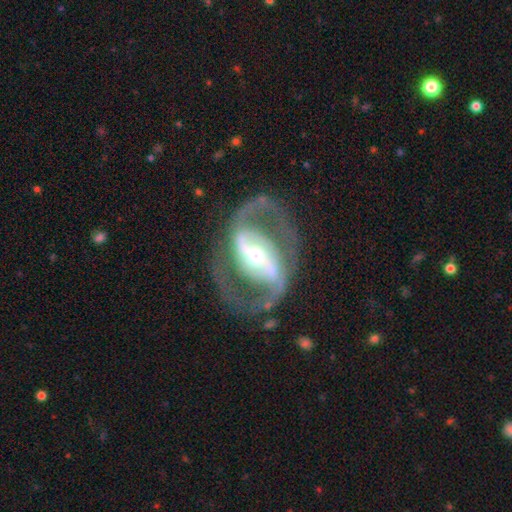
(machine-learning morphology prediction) Smooth or featured? featured or disk (90%)
Edge-on disk? no (96%)
Bar? strong (63%)
Spiral arms? yes (92%)
Spiral winding? medium (57%)
Spiral arm count? 2 (92%)
Bulge size? moderate (60%)
Merging? none (76%)